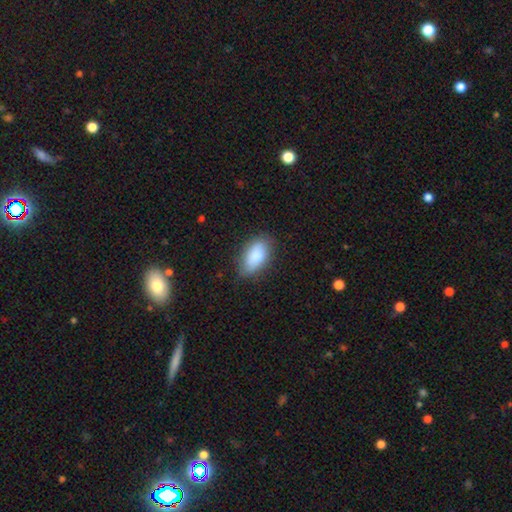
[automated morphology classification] Smooth or featured? smooth (85%)
How rounded? in between (91%)
Merging? none (75%)